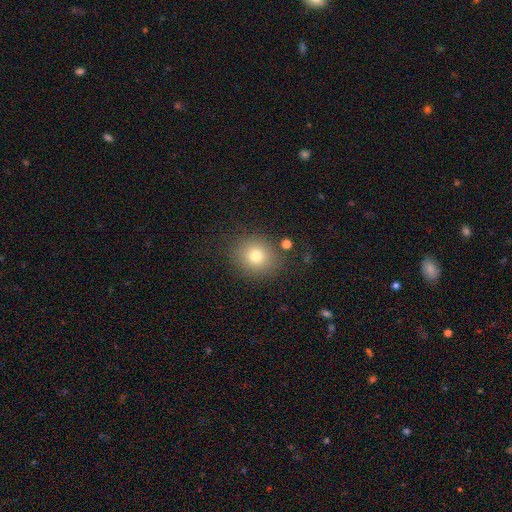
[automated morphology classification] Overall: smooth (76%). How rounded: round (78%). Merging: none (83%).